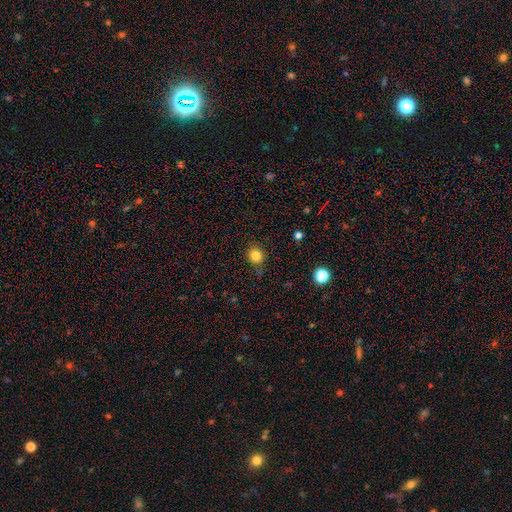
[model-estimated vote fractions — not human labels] Morphology: type=smooth (82%); roundness=round (87%); merging=none (81%).